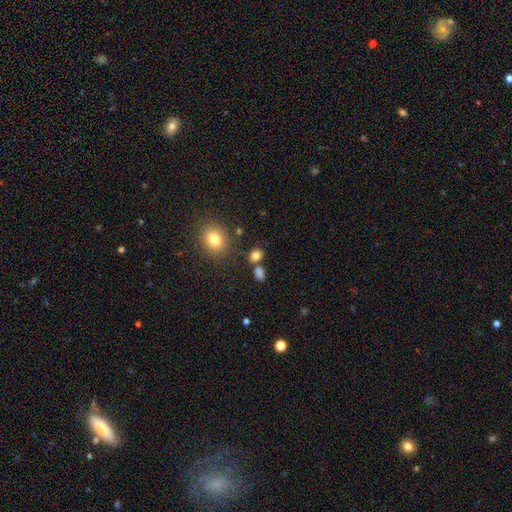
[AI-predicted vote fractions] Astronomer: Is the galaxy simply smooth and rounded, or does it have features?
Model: smooth — 81%.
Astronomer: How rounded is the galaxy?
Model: in between — 54% (runner-up: round, 44%).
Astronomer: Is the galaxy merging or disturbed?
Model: none — 67%.